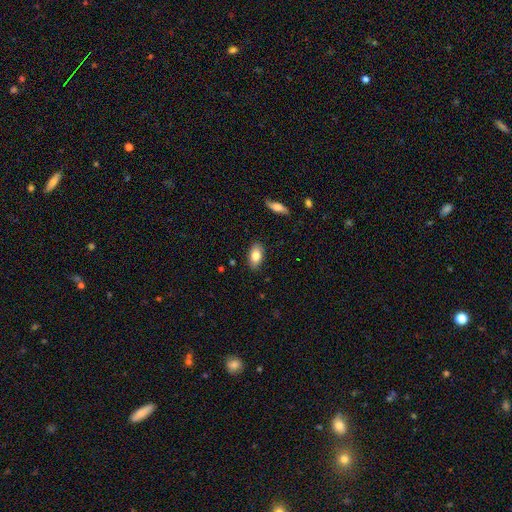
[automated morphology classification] type=smooth (81%); roundness=in between (92%); merging=none (86%).